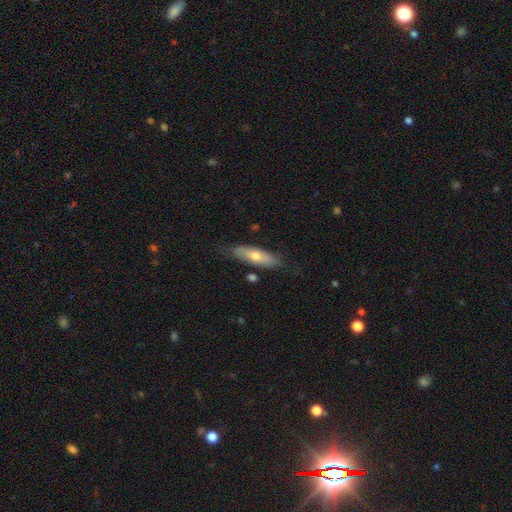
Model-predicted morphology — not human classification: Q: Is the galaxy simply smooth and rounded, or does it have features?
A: smooth — 56%.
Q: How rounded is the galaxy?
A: in between — 51%.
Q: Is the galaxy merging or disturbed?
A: none — 74%.